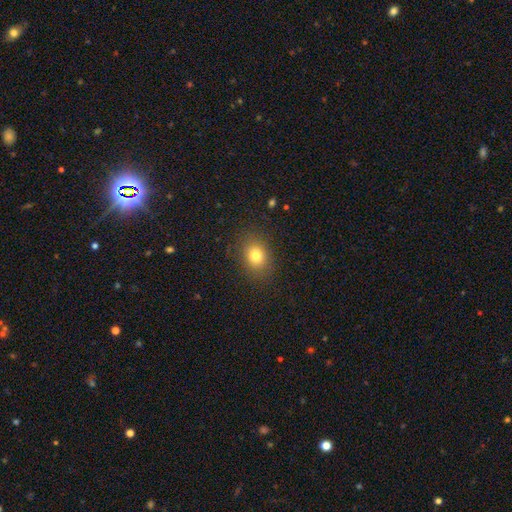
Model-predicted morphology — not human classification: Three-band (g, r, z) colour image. It shows a smooth galaxy with no disk features (79%) that is in between round and cigar-shaped (50%). Merging: none (85%).